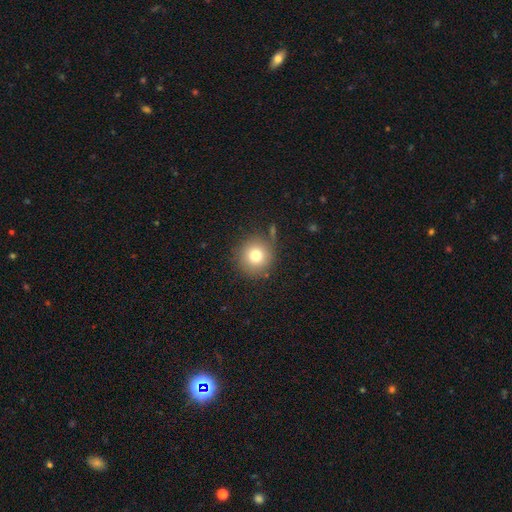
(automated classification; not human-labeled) Smooth or featured?
  - smooth: 77% *
  - star or artifact: 12%
  - featured or disk: 11%
How rounded?
  - round: 92% *
  - in between: 7%
  - cigar-shaped: 1%
Merging?
  - none: 81% *
  - minor disturbance: 11%
  - merger: 4%
  - major disturbance: 4%